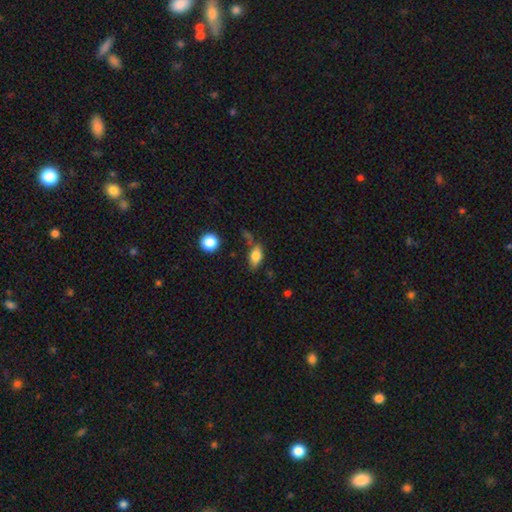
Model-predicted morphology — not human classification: A smooth galaxy with no disk features (79%) that is in between round and cigar-shaped (84%). Merging: none (61%).